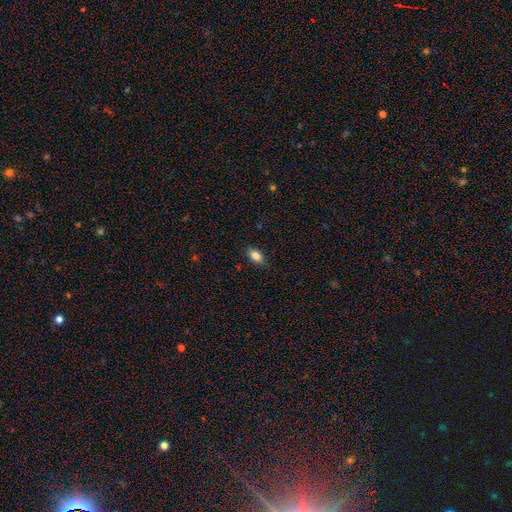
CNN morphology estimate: A smooth galaxy with no disk features (85%) that is in between round and cigar-shaped (87%). Merging: none (85%).